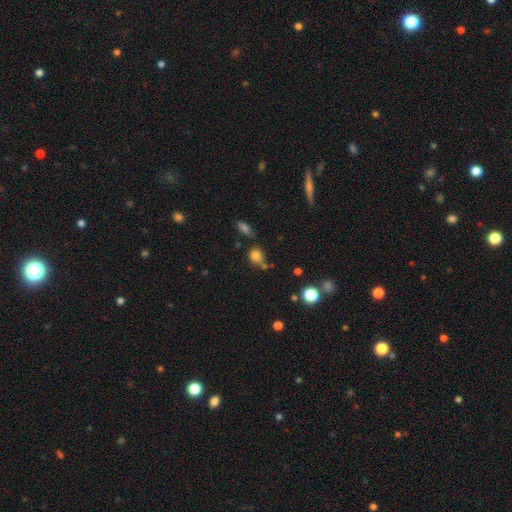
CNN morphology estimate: Overall: smooth (78%). How rounded: round (63%; in between 35%). Merging: none (60%).